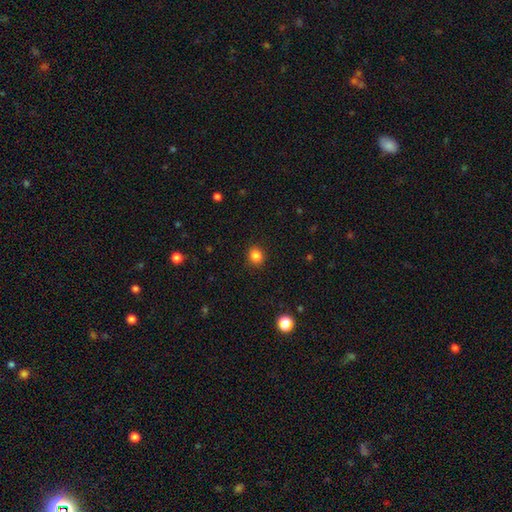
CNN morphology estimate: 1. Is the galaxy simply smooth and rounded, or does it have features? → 85% smooth, 12% star or artifact, 4% featured or disk.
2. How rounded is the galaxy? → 82% round, 17% in between, 1% cigar-shaped.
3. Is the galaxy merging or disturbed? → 90% none, 7% minor disturbance, 2% major disturbance, 1% merger.